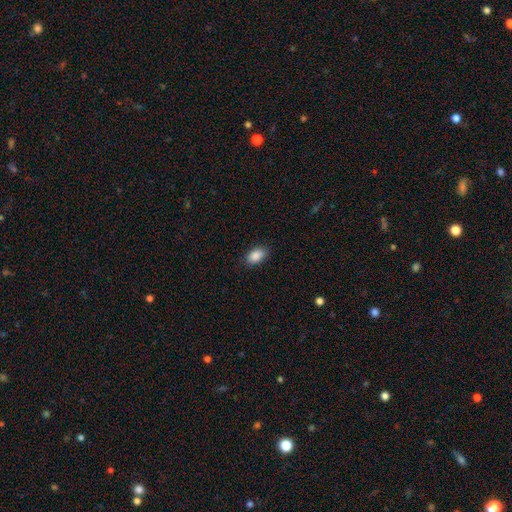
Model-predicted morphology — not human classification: A smooth galaxy with no disk features (89%) that is in between round and cigar-shaped (91%). Merging: none (87%).